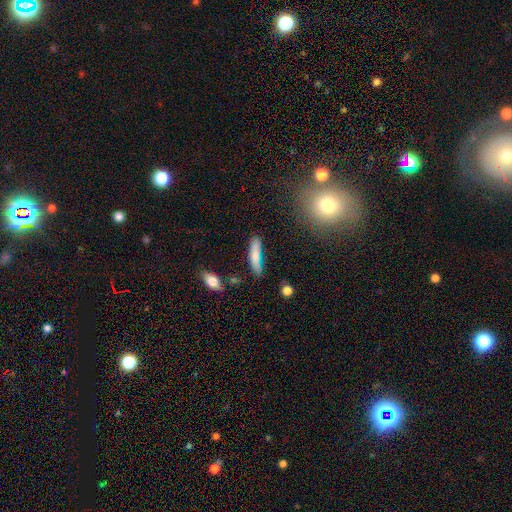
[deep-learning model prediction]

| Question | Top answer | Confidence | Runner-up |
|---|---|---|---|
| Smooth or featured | smooth | 78% | featured or disk (14%) |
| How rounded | cigar-shaped | 73% | in between (25%) |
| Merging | none | 63% | minor disturbance (24%) |